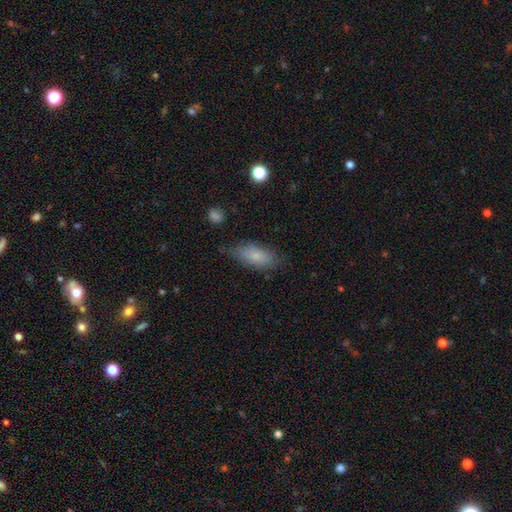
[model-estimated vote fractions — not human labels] This is likely a smooth galaxy (80%). How rounded: clearly in between (81%). Merging: likely none (72%).